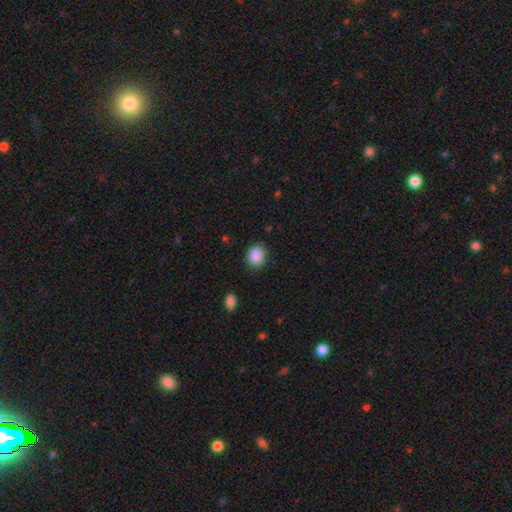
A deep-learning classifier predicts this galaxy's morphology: smooth_or_featured: smooth (p=0.89) [alt: star or artifact p=0.08]
how_rounded: round (p=0.51) [alt: in between p=0.48]
merging: none (p=0.82) [alt: minor disturbance p=0.13]